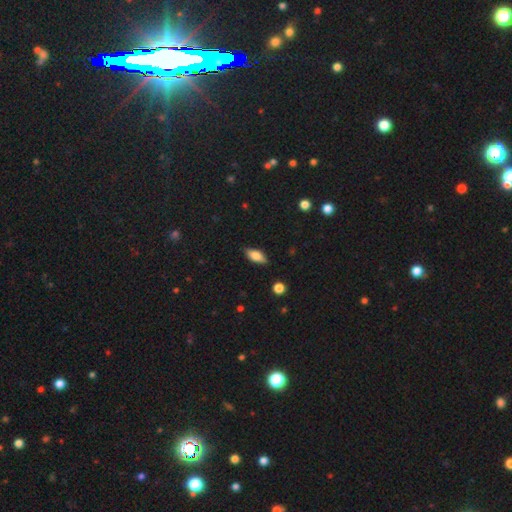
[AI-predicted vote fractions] Smooth or featured? smooth (70%)
How rounded? in between (79%)
Merging? none (84%)